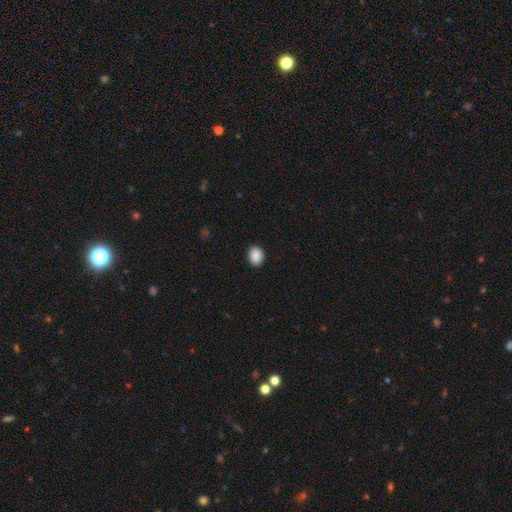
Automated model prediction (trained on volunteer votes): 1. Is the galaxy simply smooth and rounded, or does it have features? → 90% smooth, 8% star or artifact, 3% featured or disk.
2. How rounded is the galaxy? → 50% round, 49% in between, 1% cigar-shaped.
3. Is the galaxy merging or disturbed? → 90% none, 7% minor disturbance, 2% major disturbance, 1% merger.